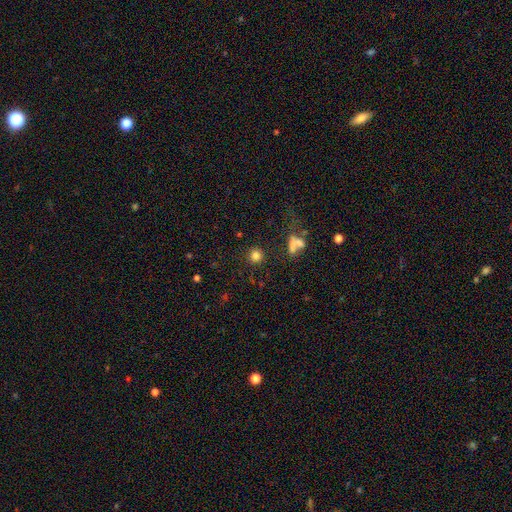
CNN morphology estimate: Smooth or featured?
  - smooth: 79% *
  - star or artifact: 14%
  - featured or disk: 6%
How rounded?
  - round: 93% *
  - in between: 5%
  - cigar-shaped: 1%
Merging?
  - none: 86% *
  - minor disturbance: 6%
  - merger: 4%
  - major disturbance: 4%